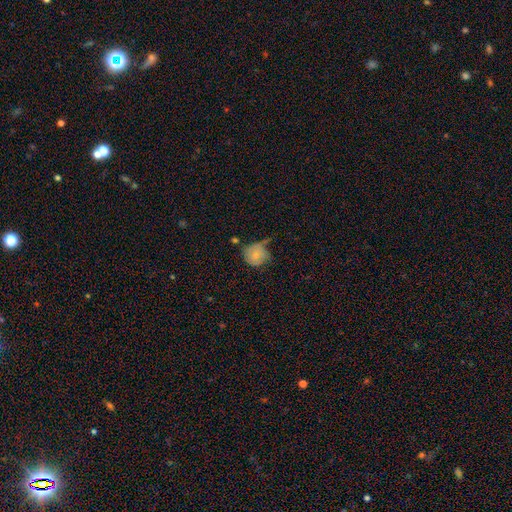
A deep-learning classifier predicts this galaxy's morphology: A smooth galaxy with no disk features (73%) that is round (85%).

Vote fractions:
- Smooth or featured? smooth: 73% / featured or disk: 19% / star or artifact: 8%
- How rounded? round: 85% / in between: 14% / cigar-shaped: 1%
- Merging? none: 43% / minor disturbance: 35% / major disturbance: 13% / merger: 9%